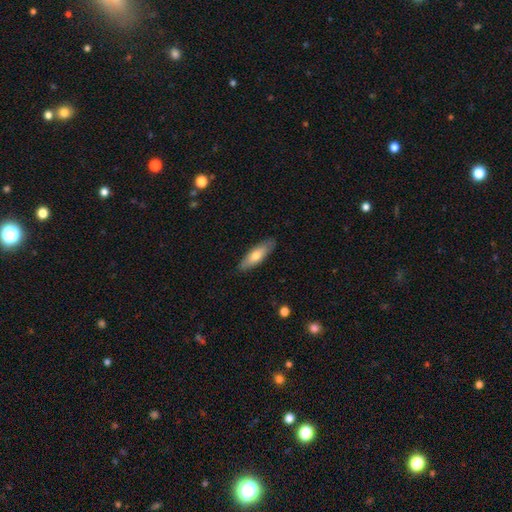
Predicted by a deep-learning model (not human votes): smooth 67%, featured or disk 28%, star or artifact 6%. Down the decision tree: how rounded — cigar-shaped (49%, tied with in between); merging — none (87%).